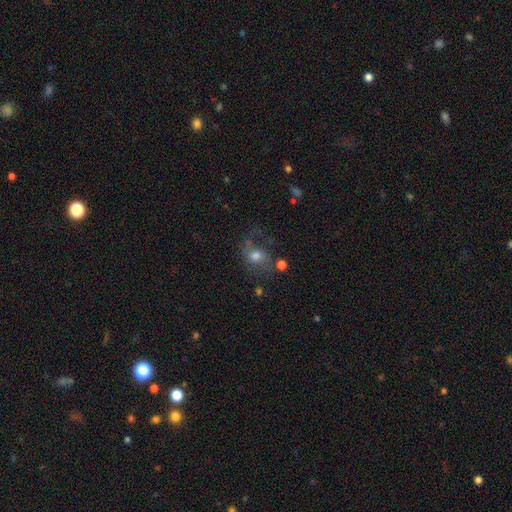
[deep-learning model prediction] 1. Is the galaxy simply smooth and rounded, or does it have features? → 43% featured or disk, 37% smooth, 20% star or artifact.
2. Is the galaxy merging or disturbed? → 50% none, 26% major disturbance, 19% minor disturbance, 5% merger.